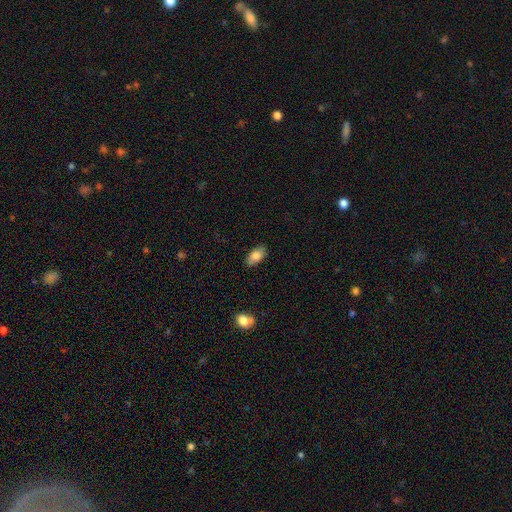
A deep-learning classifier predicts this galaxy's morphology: Smooth or featured: smooth — 83% (featured or disk — 10%)
How rounded: in between — 92% (cigar-shaped — 4%)
Merging: none — 86% (minor disturbance — 10%)